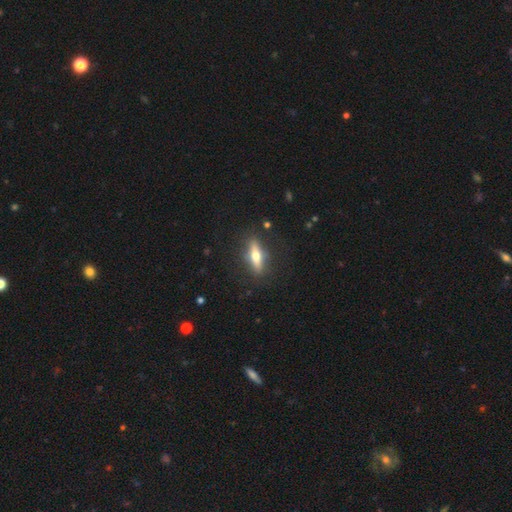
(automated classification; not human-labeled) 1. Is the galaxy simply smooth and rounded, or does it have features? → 50% featured or disk, 44% smooth, 6% star or artifact.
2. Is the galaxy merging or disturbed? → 86% none, 10% minor disturbance, 3% major disturbance, 1% merger.